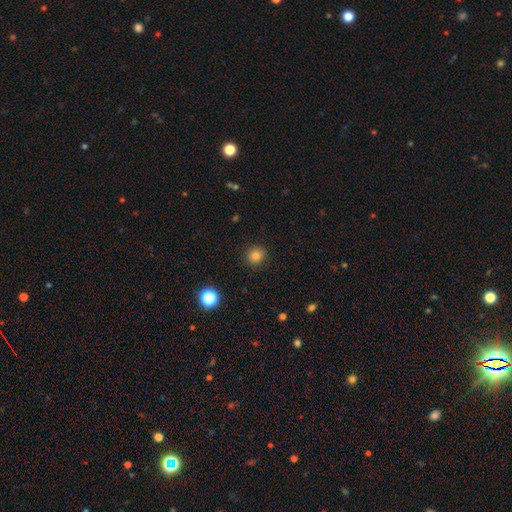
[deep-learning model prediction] Smooth or featured: smooth — 81% (star or artifact — 13%)
How rounded: round — 89% (in between — 10%)
Merging: none — 90% (minor disturbance — 6%)